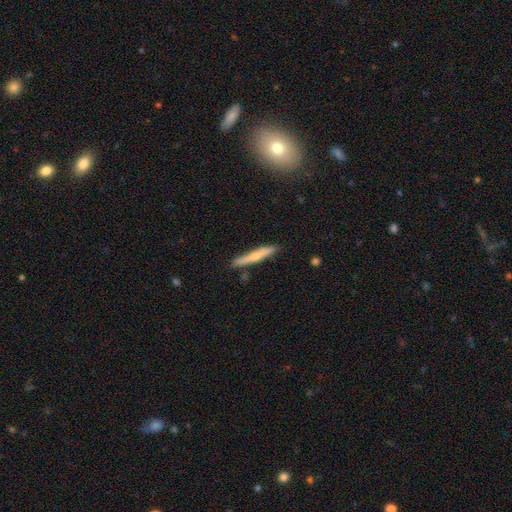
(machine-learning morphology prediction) Smooth or featured?
  - smooth: 53% *
  - featured or disk: 41%
  - star or artifact: 6%
How rounded?
  - cigar-shaped: 94% *
  - in between: 4%
  - round: 2%
Merging?
  - none: 86% *
  - minor disturbance: 10%
  - merger: 2%
  - major disturbance: 2%